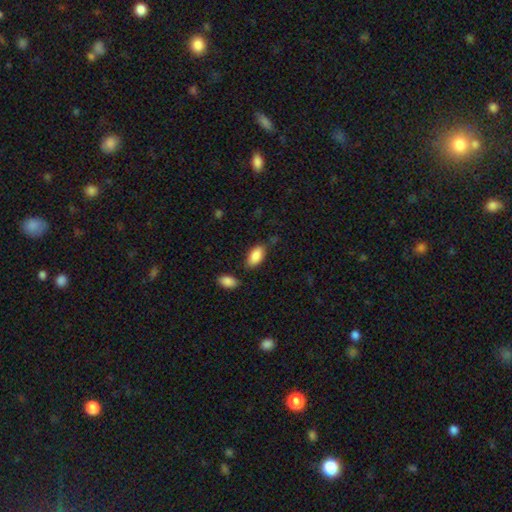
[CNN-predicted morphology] Smooth or featured? smooth (88%)
How rounded? in between (94%)
Merging? none (75%)